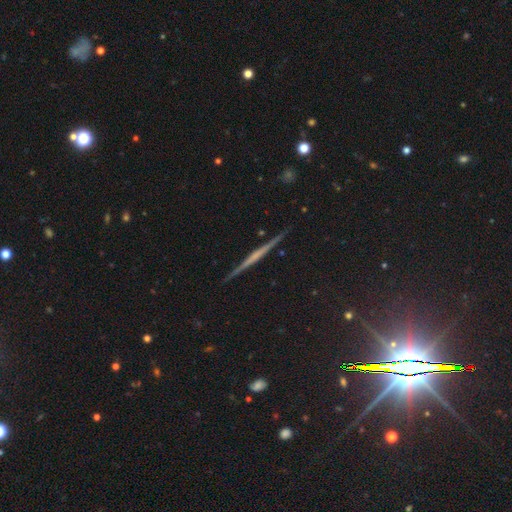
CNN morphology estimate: smooth_or_featured: featured or disk (p=0.68) [alt: smooth p=0.22]
disk_edge_on: yes (p=0.98) [alt: no p=0.02]
edge_on_bulge: none (p=0.68) [alt: rounded p=0.20]
merging: none (p=0.92) [alt: minor disturbance p=0.06]